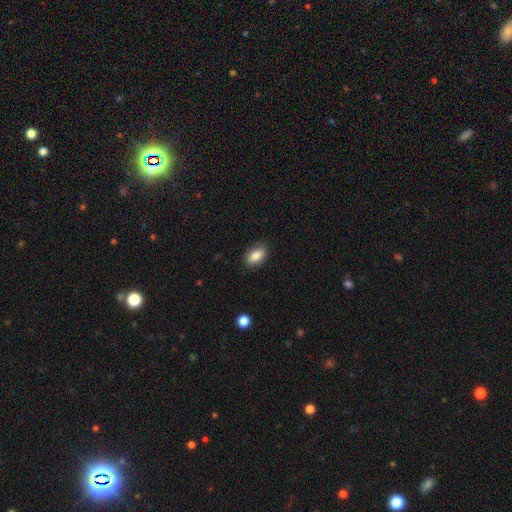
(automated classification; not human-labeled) Smooth or featured: smooth — 86% (star or artifact — 8%)
How rounded: in between — 89% (round — 8%)
Merging: none — 85% (minor disturbance — 11%)